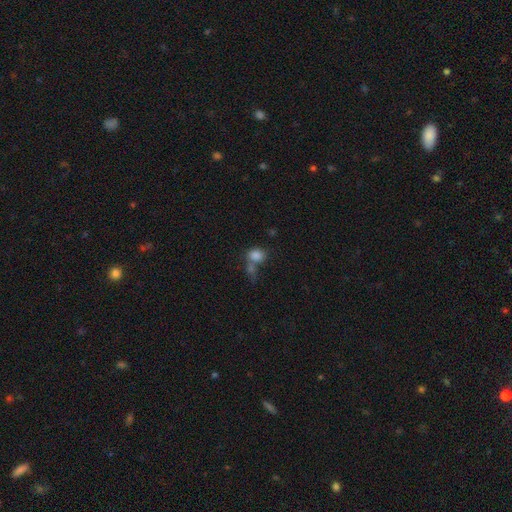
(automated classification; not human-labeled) Overall: smooth (82%). How rounded: in between (51%; round 47%). Merging: merger (41%; none 39%).